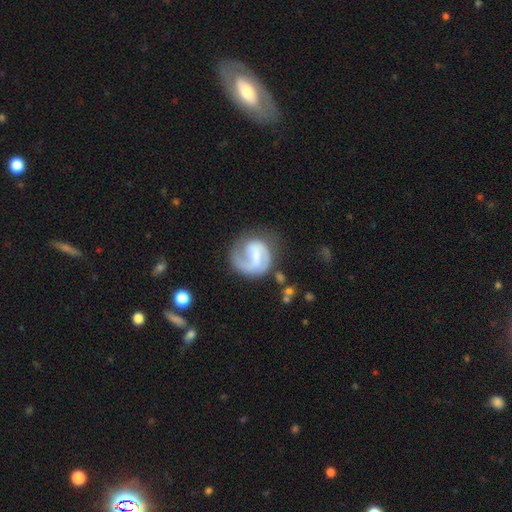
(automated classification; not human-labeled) This is likely a featured or disk galaxy (70%). It is clearly not viewed edge-on (98%). Bar: possibly weak (47%). Spiral arm pattern: clearly yes (89%). Spiral arm count: possibly 1 (50%). Spiral winding: marginally medium (40%). Central bulge: marginally none (39%). Merging: possibly none (55%).